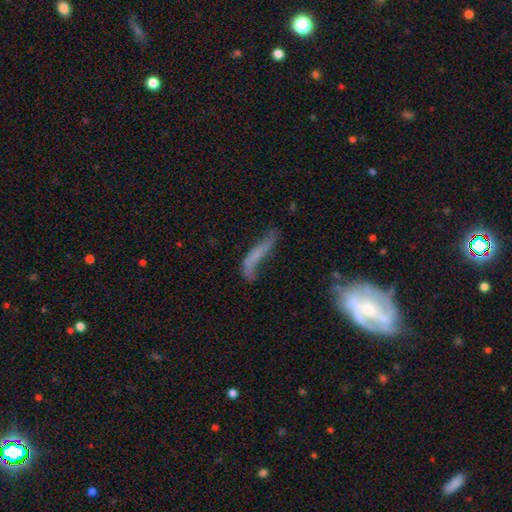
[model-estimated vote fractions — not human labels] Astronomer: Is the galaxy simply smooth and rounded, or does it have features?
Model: featured or disk — 45% (runner-up: smooth, 44%).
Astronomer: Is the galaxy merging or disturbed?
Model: none — 37% (runner-up: major disturbance, 28%).